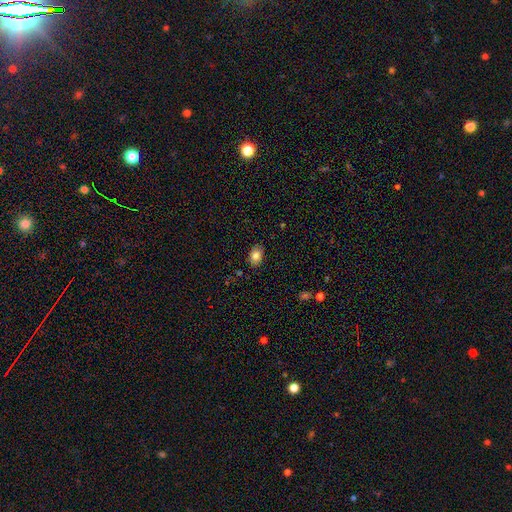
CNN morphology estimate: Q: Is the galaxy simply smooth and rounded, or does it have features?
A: smooth — 82%.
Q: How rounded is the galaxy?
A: in between — 81%.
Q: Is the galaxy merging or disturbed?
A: none — 86%.